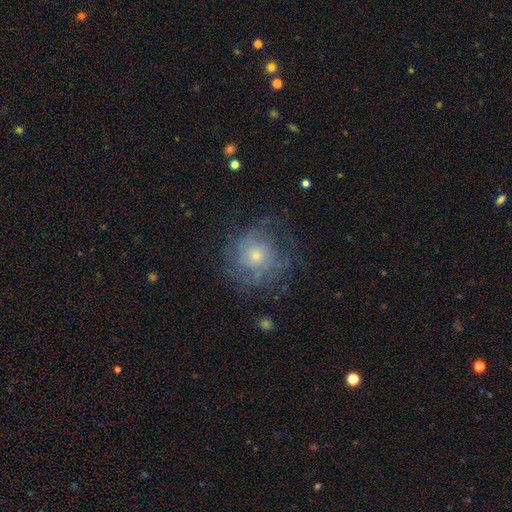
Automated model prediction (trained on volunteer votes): This is possibly a featured or disk galaxy (53%). It is clearly not viewed edge-on (97%). Bar: clearly no (84%). Spiral arm pattern: likely yes (65%). Central bulge: possibly small (55%). Merging: likely none (63%).